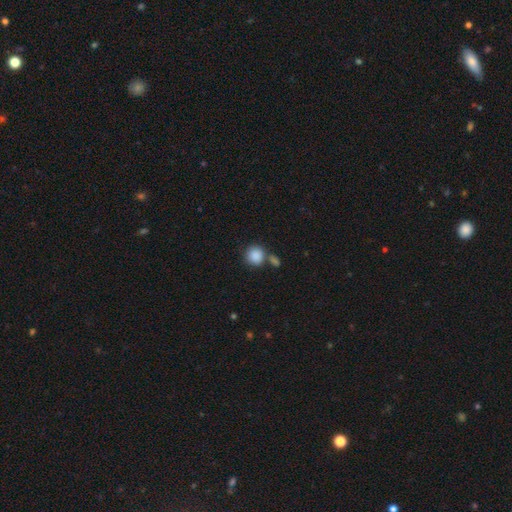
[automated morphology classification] Overall: smooth (87%). How rounded: round (90%). Merging: none (61%; merger 24%).